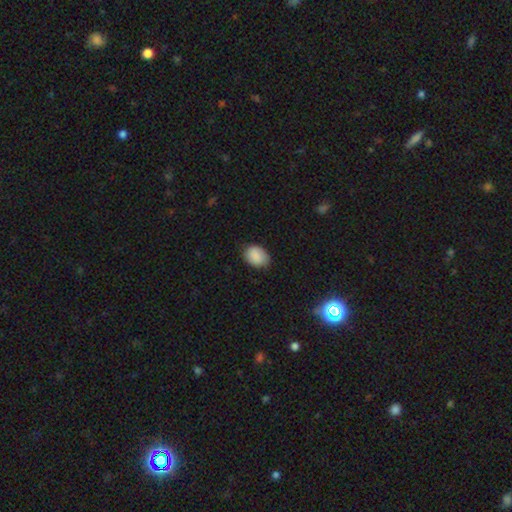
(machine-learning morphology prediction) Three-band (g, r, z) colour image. It shows a smooth galaxy with no disk features (88%) that is in between round and cigar-shaped (71%). Merging: none (81%).